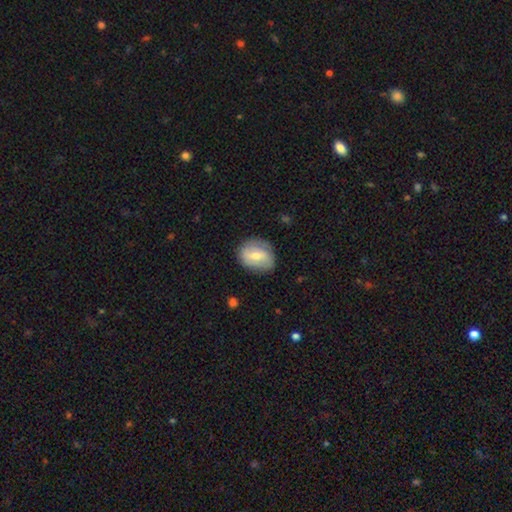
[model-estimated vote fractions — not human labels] Q: Smooth or featured?
A: smooth (51%); runner-up: featured or disk (42%)
Q: How rounded?
A: in between (51%); runner-up: round (48%)
Q: Merging?
A: none (71%); runner-up: minor disturbance (22%)